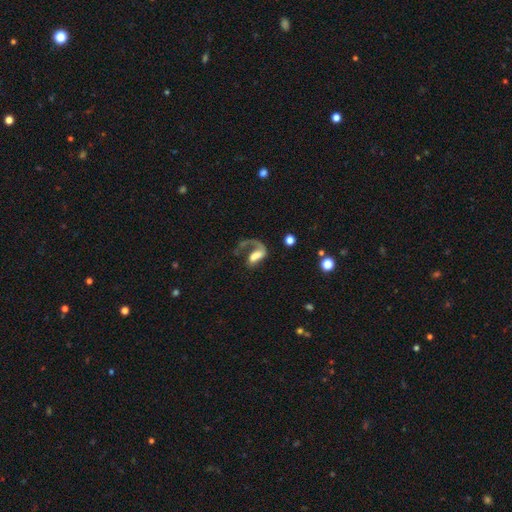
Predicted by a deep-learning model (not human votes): The model was most divided on "bulge size" (2-way tie): moderate: 27%, none: 27%, large: 24%, small: 17%, dominant: 6%. Remaining: edge-on disk — no (95%); spiral arms — yes (81%); smooth or featured — featured or disk (63%); merging — major disturbance (50%); bar — no (46%).